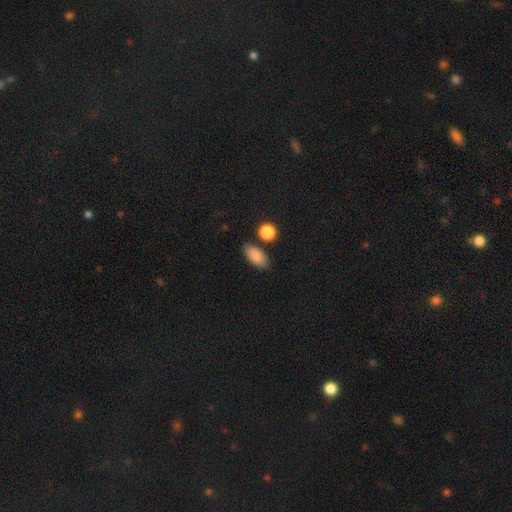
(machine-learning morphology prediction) Smooth or featured: smooth — 86% (star or artifact — 7%)
How rounded: in between — 88% (cigar-shaped — 7%)
Merging: none — 77% (minor disturbance — 14%)